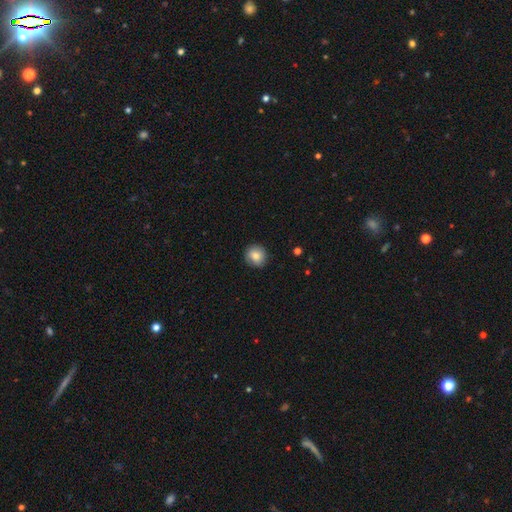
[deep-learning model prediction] Smooth or featured? Predicted: smooth (p=0.78). How rounded? Predicted: round (p=0.91). Merging? Predicted: none (p=0.86).